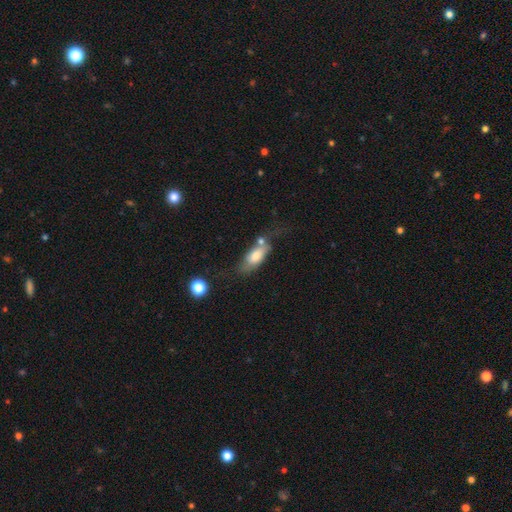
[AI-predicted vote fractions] This is likely a smooth galaxy (67%). How rounded: likely in between (79%). Merging: marginally none (40%).